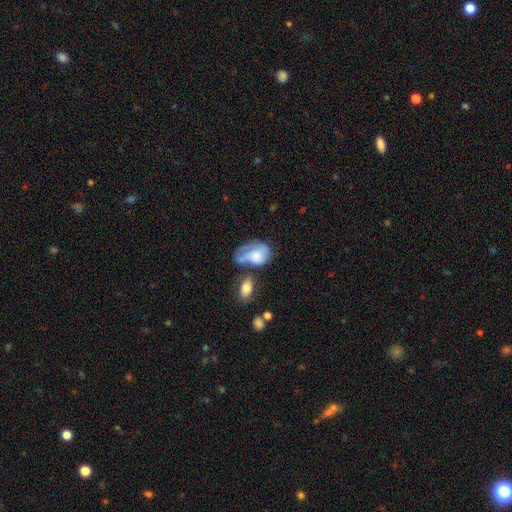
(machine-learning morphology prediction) This appears to be a smooth galaxy with no disk features (52%) that is in between round and cigar-shaped (78%). Merging: major disturbance (31%).